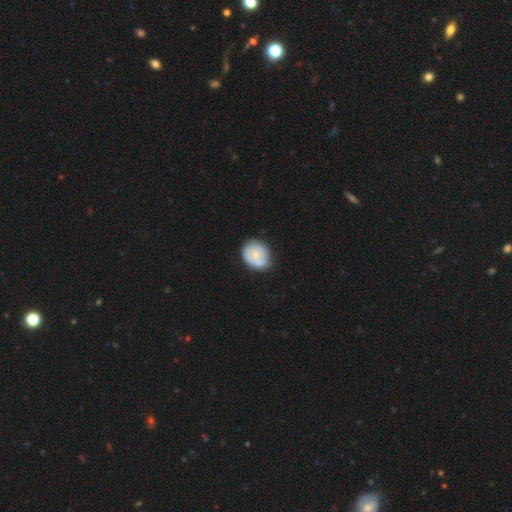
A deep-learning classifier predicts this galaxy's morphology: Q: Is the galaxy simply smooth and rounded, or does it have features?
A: smooth — 54%.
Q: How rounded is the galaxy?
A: round — 56%.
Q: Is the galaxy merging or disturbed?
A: none — 63%.